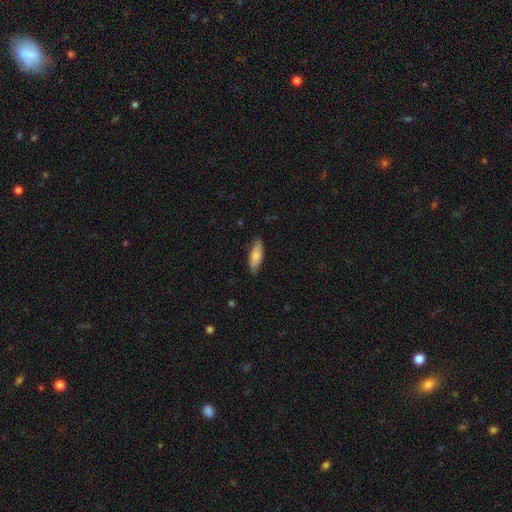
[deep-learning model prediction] Q: Smooth or featured?
A: smooth (79%); runner-up: featured or disk (15%)
Q: How rounded?
A: in between (65%); runner-up: cigar-shaped (34%)
Q: Merging?
A: none (83%); runner-up: minor disturbance (14%)